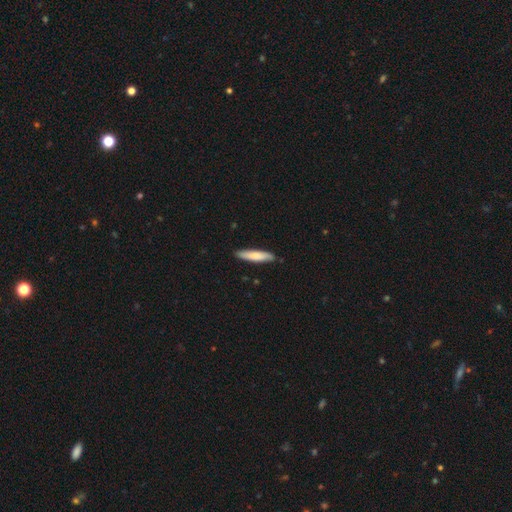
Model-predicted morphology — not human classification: smooth 77%, featured or disk 18%, star or artifact 5%. Down the decision tree: how rounded — cigar-shaped (85%); merging — none (86%).